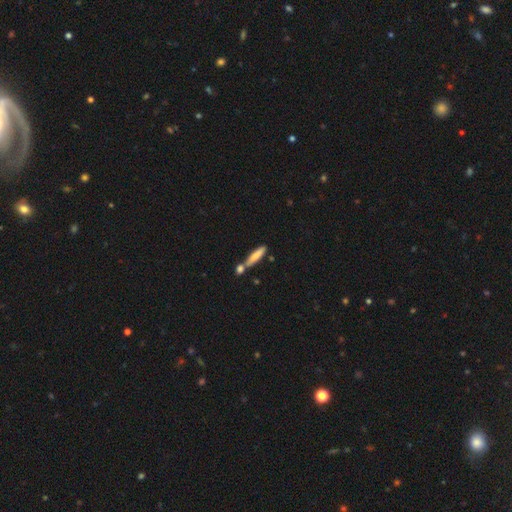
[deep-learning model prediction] Smooth or featured? smooth (77%)
How rounded? cigar-shaped (84%)
Merging? none (57%)